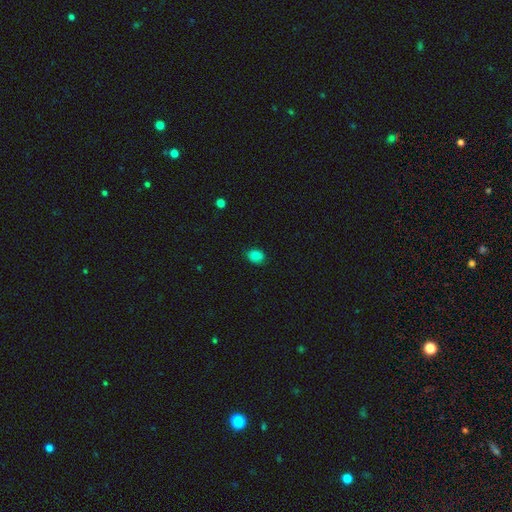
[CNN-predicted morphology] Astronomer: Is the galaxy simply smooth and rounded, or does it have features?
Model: smooth — 83%.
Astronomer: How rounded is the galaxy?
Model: in between — 55% (runner-up: round, 45%).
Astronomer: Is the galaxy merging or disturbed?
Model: none — 83%.